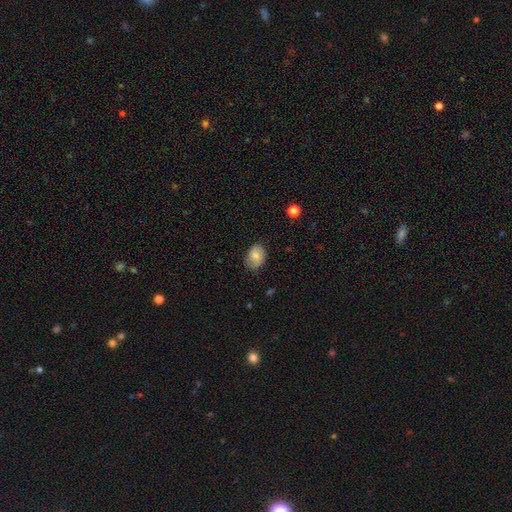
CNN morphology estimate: This is likely a smooth galaxy (76%). How rounded: likely in between (79%). Merging: likely none (74%).